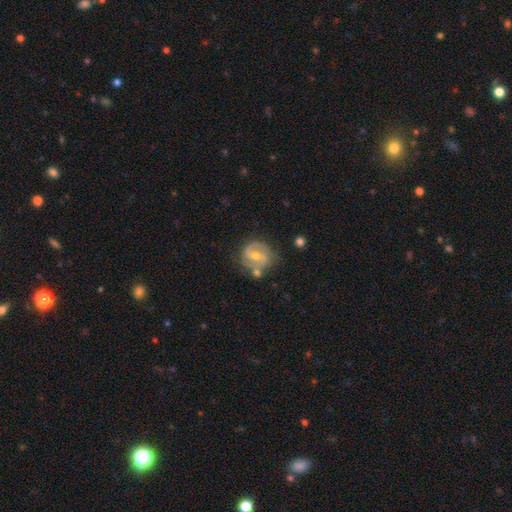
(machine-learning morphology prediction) smooth-or-featured: featured or disk: 78% | smooth: 15% | star or artifact: 7%
  disk-edge-on: no: 97% | yes: 3%
    bar: weak: 47% | strong: 29% | no: 24%
    has-spiral-arms: yes: 89% | no: 11%
      spiral-winding: medium: 48% | tight: 31% | loose: 22%
      spiral-arm-count: 2: 85% | can't tell: 8% | 1: 4% | 3: 2% | 4: 1% | more than 4: 1%
    bulge-size: moderate: 52% | small: 44% | none: 2% | large: 1% | dominant: 1%
  merging: none: 69% | minor disturbance: 17% | merger: 8% | major disturbance: 6%